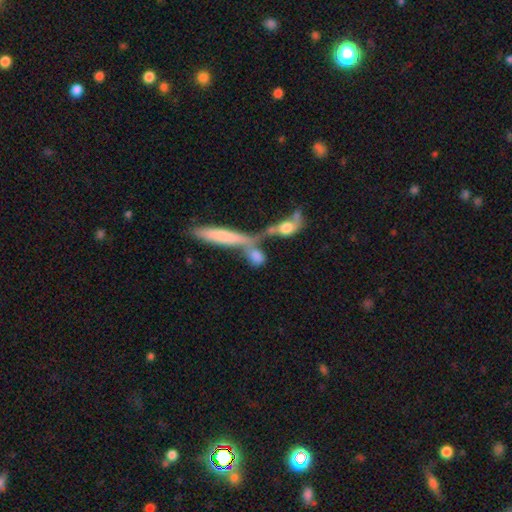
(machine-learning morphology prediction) A smooth galaxy with no disk features (65%) that is in between round and cigar-shaped (48%). Merging: merger (54%).